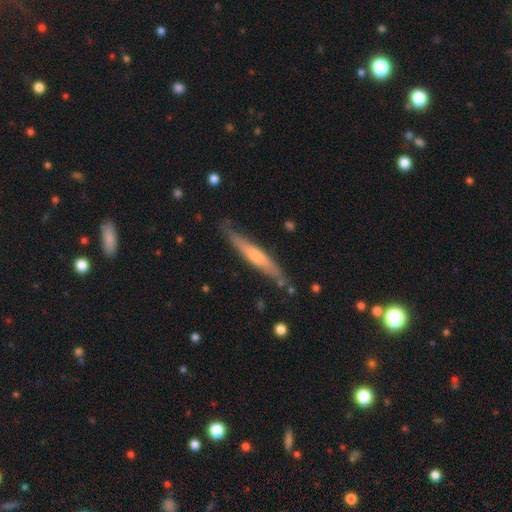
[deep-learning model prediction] This appears to be a featured or disk galaxy (53%) viewed edge-on (89%). Merging: none (77%).